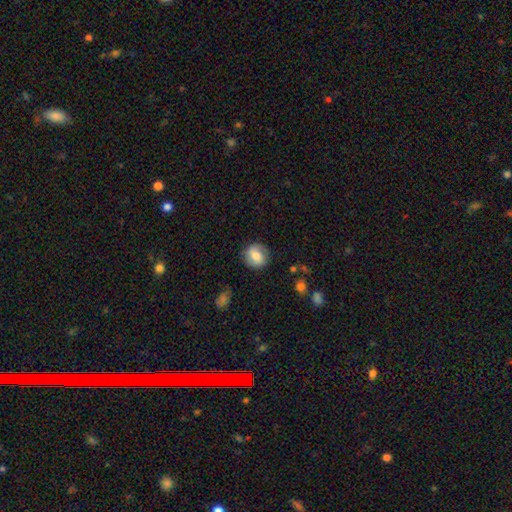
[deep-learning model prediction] smooth_or_featured: smooth (p=0.70) [alt: featured or disk p=0.22]
how_rounded: round (p=0.83) [alt: in between p=0.16]
merging: none (p=0.84) [alt: minor disturbance p=0.11]